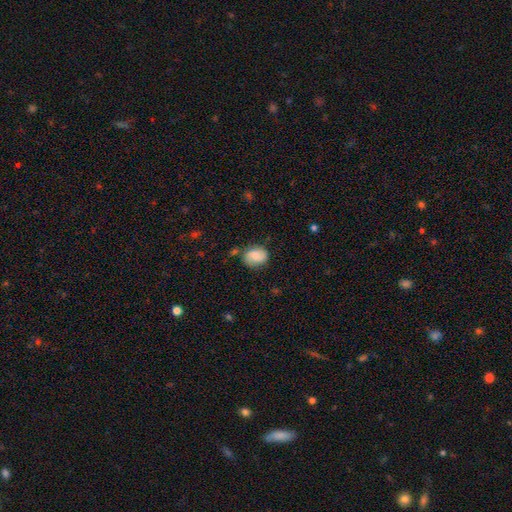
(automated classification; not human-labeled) Smooth or featured? Predicted: smooth (p=0.74). How rounded? Predicted: in between (p=0.50). Merging? Predicted: none (p=0.73).